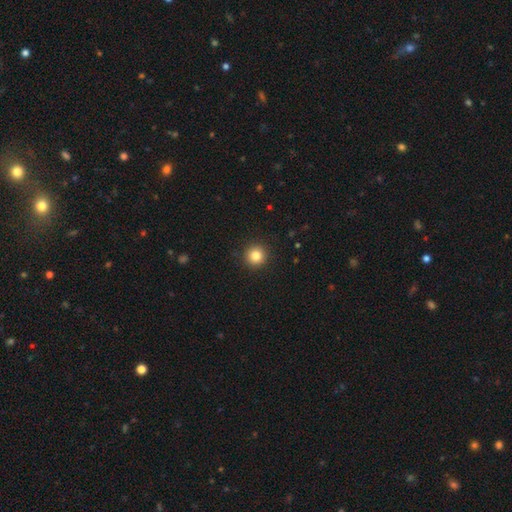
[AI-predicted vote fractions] This is clearly a smooth galaxy (84%). How rounded: clearly round (95%). Merging: clearly none (92%).